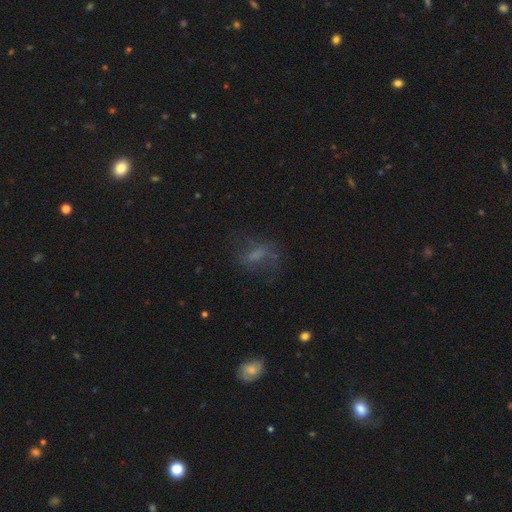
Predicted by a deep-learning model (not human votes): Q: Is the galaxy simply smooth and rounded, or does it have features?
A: smooth — 42%.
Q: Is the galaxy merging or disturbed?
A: none — 55%.